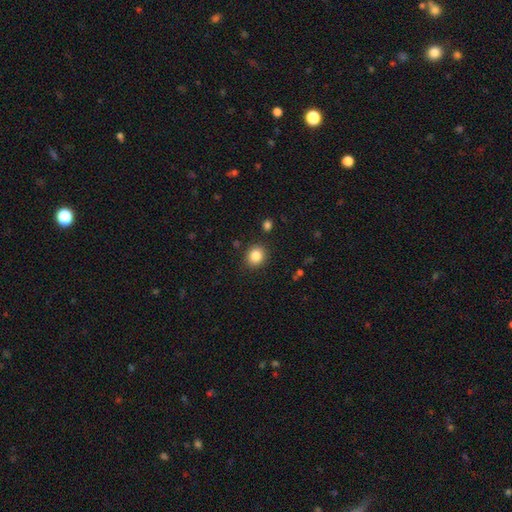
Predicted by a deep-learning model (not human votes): Smooth or featured: smooth — 85% (star or artifact — 10%)
How rounded: round — 73% (in between — 26%)
Merging: none — 88% (minor disturbance — 8%)